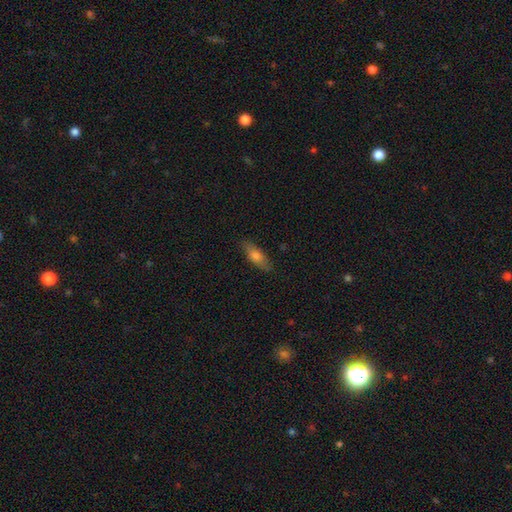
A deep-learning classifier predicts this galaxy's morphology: Smooth or featured: smooth — 70% (featured or disk — 23%)
How rounded: in between — 58% (cigar-shaped — 39%)
Merging: none — 82% (minor disturbance — 14%)